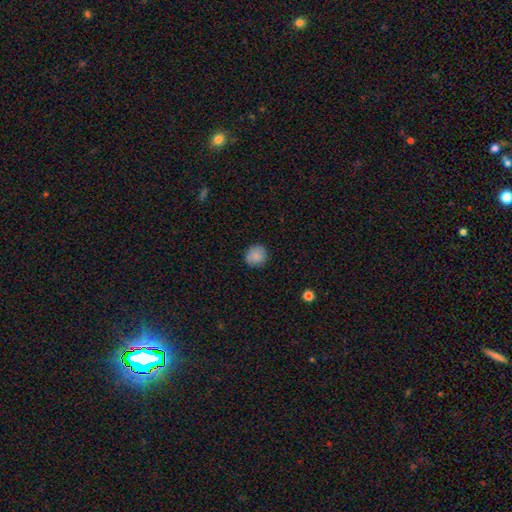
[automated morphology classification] Q: Smooth or featured?
A: smooth (84%); runner-up: star or artifact (8%)
Q: How rounded?
A: round (88%); runner-up: in between (11%)
Q: Merging?
A: none (84%); runner-up: minor disturbance (12%)